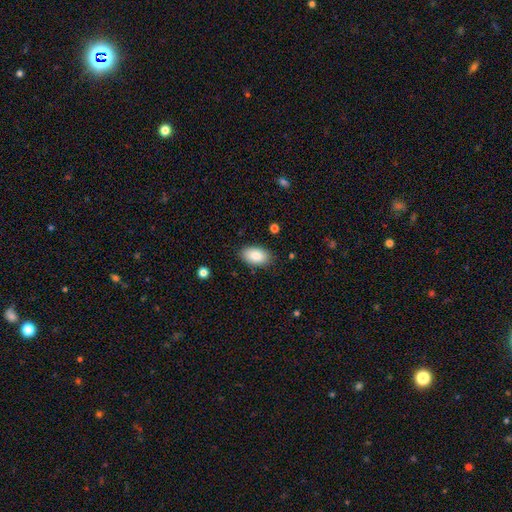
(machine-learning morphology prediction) A smooth galaxy with no disk features (85%) that is in between round and cigar-shaped (94%). Merging: none (85%).